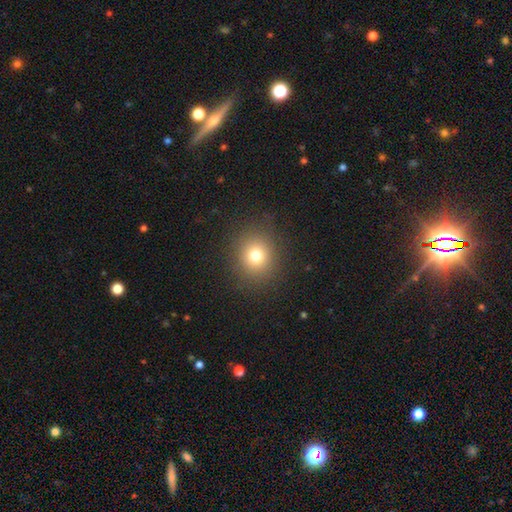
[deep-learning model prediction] The model was most divided on "smooth or featured": smooth: 75%, star or artifact: 15%, featured or disk: 9%. More confident: merging — none (87%); how rounded — round (82%).